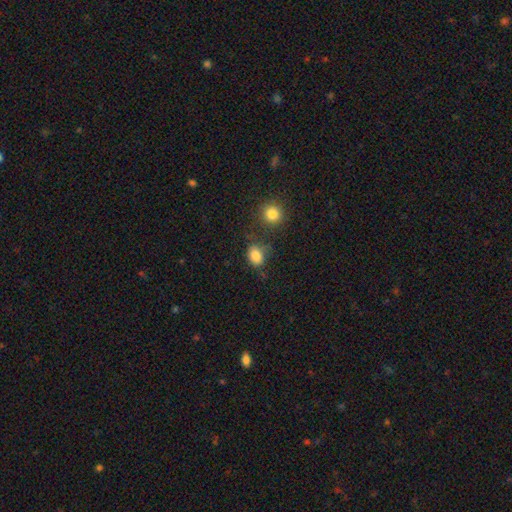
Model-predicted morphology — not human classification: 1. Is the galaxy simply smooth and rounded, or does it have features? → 84% smooth, 11% star or artifact, 5% featured or disk.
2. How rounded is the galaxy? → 56% in between, 43% round, 1% cigar-shaped.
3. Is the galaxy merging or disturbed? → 60% none, 22% minor disturbance, 10% merger, 8% major disturbance.